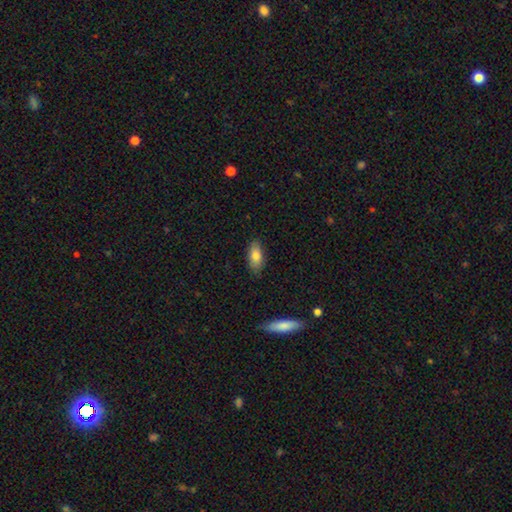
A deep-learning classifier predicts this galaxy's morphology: smooth-or-featured: smooth: 79% | featured or disk: 14% | star or artifact: 7%
  how-rounded: in between: 87% | cigar-shaped: 11% | round: 3%
  merging: none: 84% | minor disturbance: 12% | major disturbance: 2% | merger: 1%